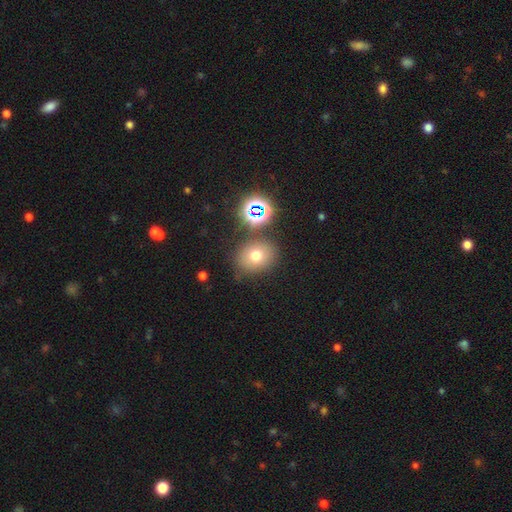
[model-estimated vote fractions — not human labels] smooth_or_featured: smooth (p=0.69) [alt: star or artifact p=0.19]
how_rounded: round (p=0.62) [alt: in between p=0.37]
merging: none (p=0.77) [alt: minor disturbance p=0.11]